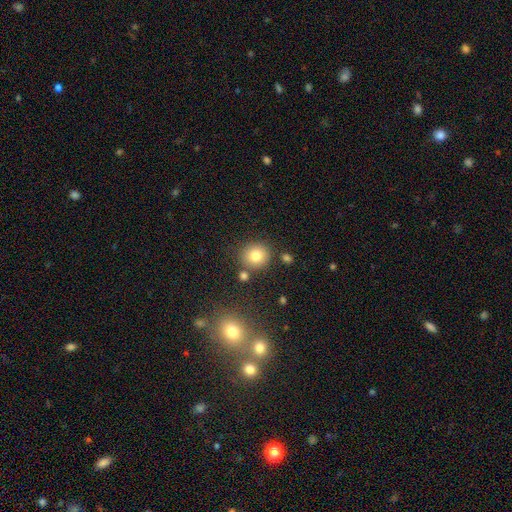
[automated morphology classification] smooth-or-featured: smooth: 79% | star or artifact: 12% | featured or disk: 9%
  how-rounded: round: 88% | in between: 11% | cigar-shaped: 1%
  merging: none: 80% | minor disturbance: 9% | merger: 8% | major disturbance: 3%